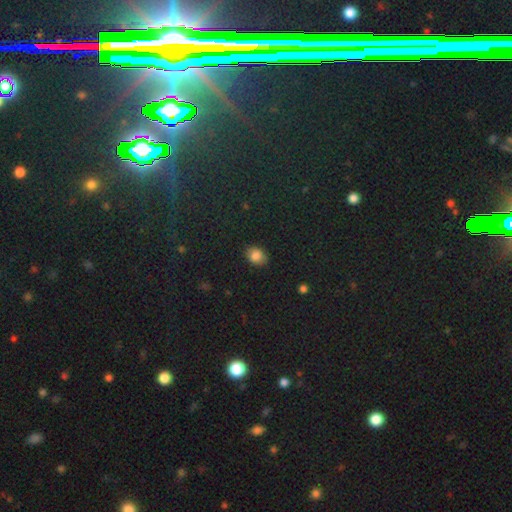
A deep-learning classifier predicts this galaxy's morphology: Smooth or featured: smooth — 84% (star or artifact — 10%)
How rounded: in between — 64% (round — 35%)
Merging: none — 85% (minor disturbance — 12%)